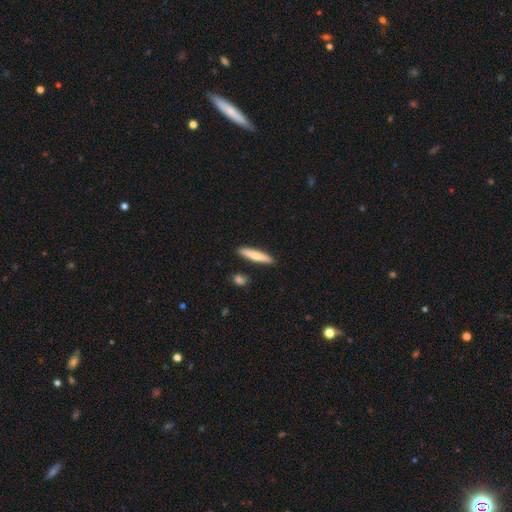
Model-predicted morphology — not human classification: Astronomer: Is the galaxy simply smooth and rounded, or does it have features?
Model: smooth — 72%.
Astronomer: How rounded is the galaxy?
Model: cigar-shaped — 88%.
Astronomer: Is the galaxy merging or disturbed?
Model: none — 88%.